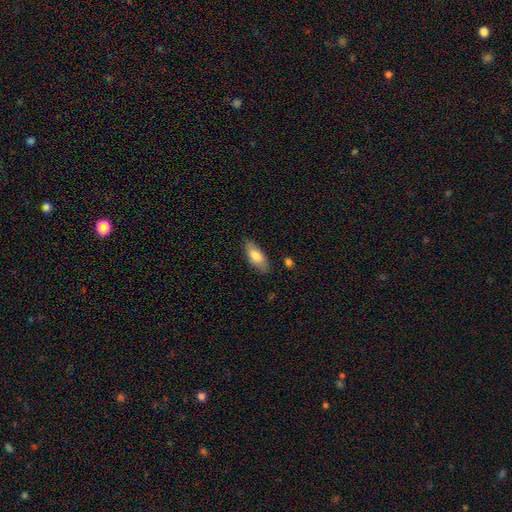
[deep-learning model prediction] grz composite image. It shows a smooth galaxy with no disk features (78%) that is in between round and cigar-shaped (81%). Merging: none (83%).